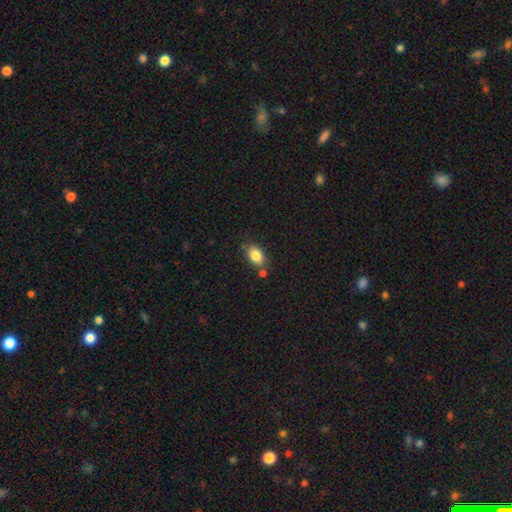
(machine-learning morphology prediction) This appears to be a smooth galaxy with no disk features (84%) that is in between round and cigar-shaped (84%). Merging: none (72%).